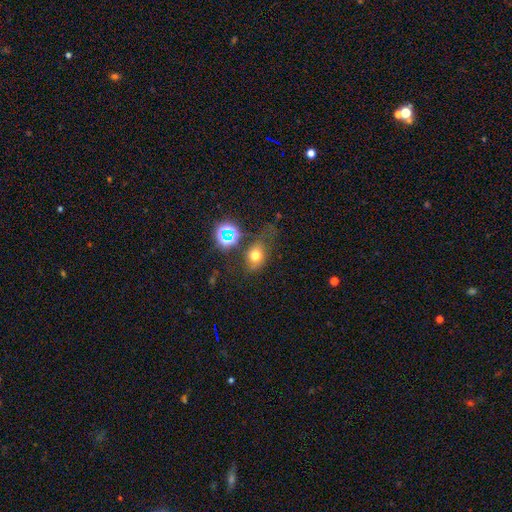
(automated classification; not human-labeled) Smooth or featured? Predicted: smooth (p=0.65). How rounded? Predicted: in between (p=0.58). Merging? Predicted: none (p=0.57).